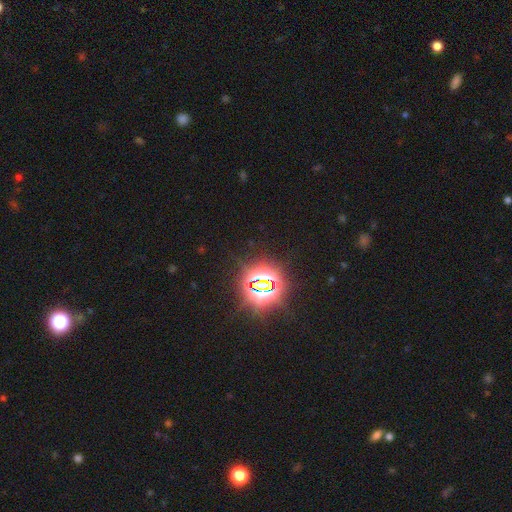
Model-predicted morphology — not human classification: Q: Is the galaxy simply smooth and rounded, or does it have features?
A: star or artifact — 83%.